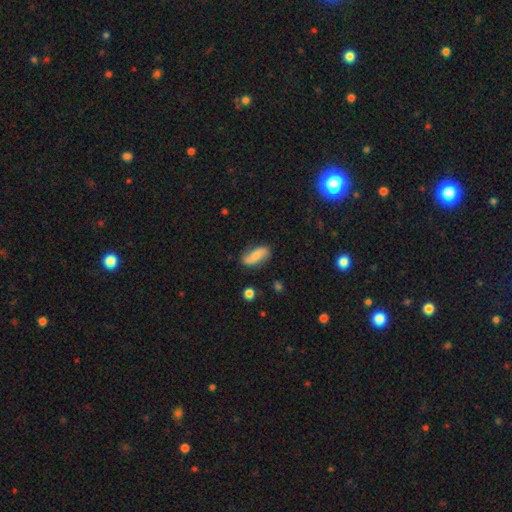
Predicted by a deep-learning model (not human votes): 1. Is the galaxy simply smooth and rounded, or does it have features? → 60% smooth, 32% featured or disk, 8% star or artifact.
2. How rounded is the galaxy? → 77% in between, 20% cigar-shaped, 4% round.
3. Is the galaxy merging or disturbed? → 76% none, 18% minor disturbance, 4% major disturbance, 2% merger.